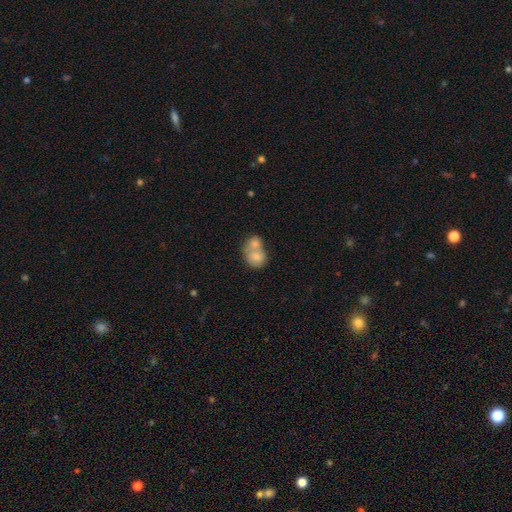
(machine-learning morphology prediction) This appears to be a smooth galaxy with no disk features (73%) that is round (55%). Merging: merger (72%).